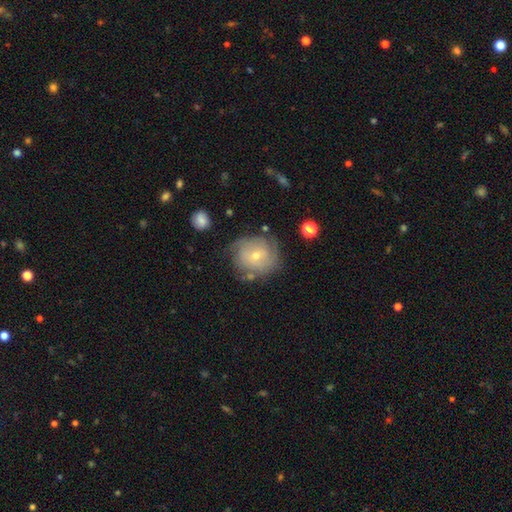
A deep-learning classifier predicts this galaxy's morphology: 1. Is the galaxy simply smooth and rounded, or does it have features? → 60% featured or disk, 30% smooth, 10% star or artifact.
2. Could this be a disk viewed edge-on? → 96% no, 4% yes.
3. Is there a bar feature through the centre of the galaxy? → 70% no, 25% weak, 5% strong.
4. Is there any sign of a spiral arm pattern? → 78% yes, 22% no.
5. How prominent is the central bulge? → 58% small, 39% moderate, 1% large, 1% none, 1% dominant.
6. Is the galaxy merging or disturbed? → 69% none, 20% minor disturbance, 8% major disturbance, 3% merger.